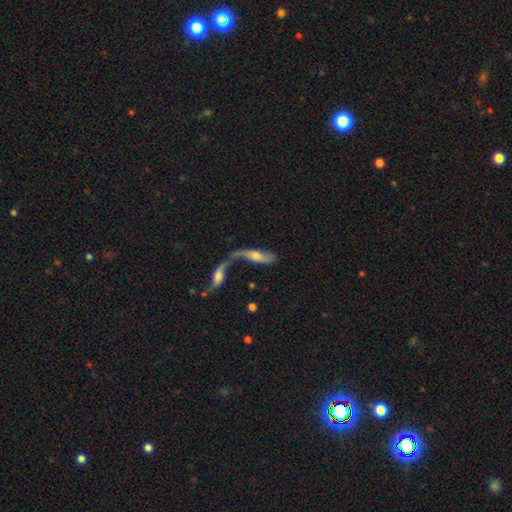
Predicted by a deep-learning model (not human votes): featured or disk 57%, smooth 35%, star or artifact 9%. Down the decision tree: edge-on disk — no (68%); merging — merger (70%).